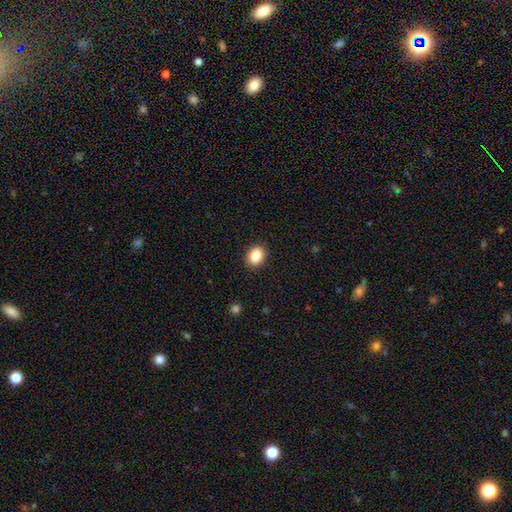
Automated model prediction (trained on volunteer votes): Q: Smooth or featured?
A: smooth (86%); runner-up: star or artifact (9%)
Q: How rounded?
A: in between (51%); runner-up: round (48%)
Q: Merging?
A: none (90%); runner-up: minor disturbance (7%)